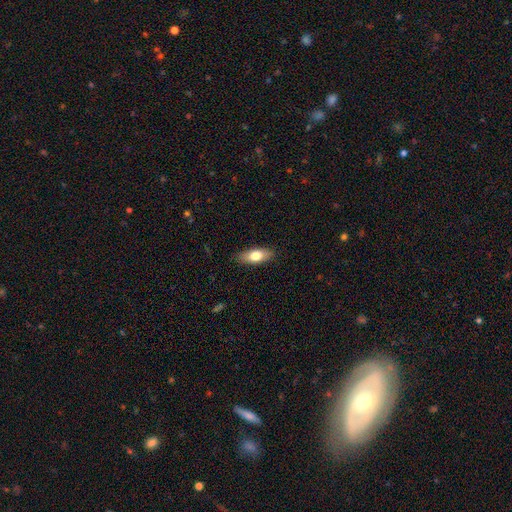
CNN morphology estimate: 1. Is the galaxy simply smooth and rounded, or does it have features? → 73% smooth, 20% featured or disk, 6% star or artifact.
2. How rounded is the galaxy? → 75% in between, 21% cigar-shaped, 3% round.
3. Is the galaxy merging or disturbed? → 87% none, 10% minor disturbance, 2% major disturbance, 1% merger.